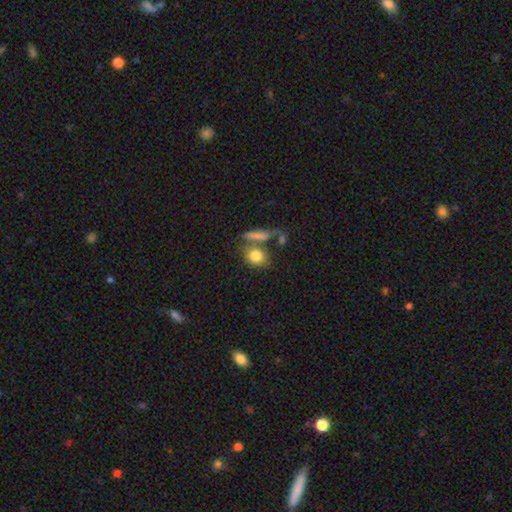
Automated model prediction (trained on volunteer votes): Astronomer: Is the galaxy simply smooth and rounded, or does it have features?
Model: smooth — 80%.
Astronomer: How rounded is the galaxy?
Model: round — 51% (runner-up: in between, 45%).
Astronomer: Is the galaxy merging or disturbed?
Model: none — 51% (runner-up: merger, 29%).